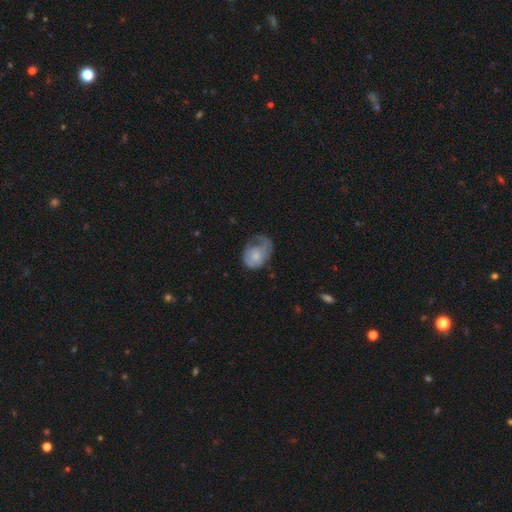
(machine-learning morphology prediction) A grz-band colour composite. It shows a smooth galaxy with no disk features (52%) that is in between round and cigar-shaped (66%). Merging: major disturbance (45%).